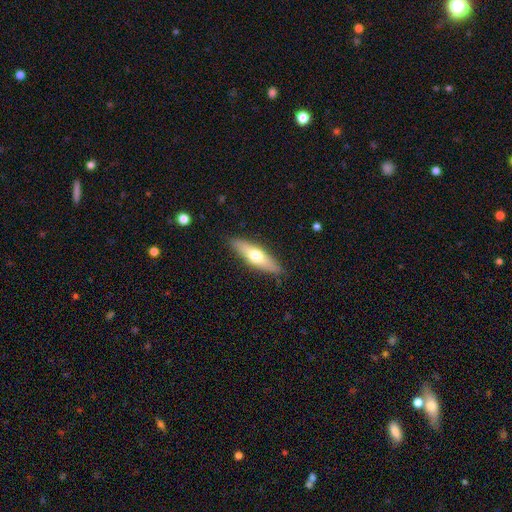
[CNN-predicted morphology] Smooth or featured? smooth (56%)
How rounded? cigar-shaped (63%)
Merging? none (87%)